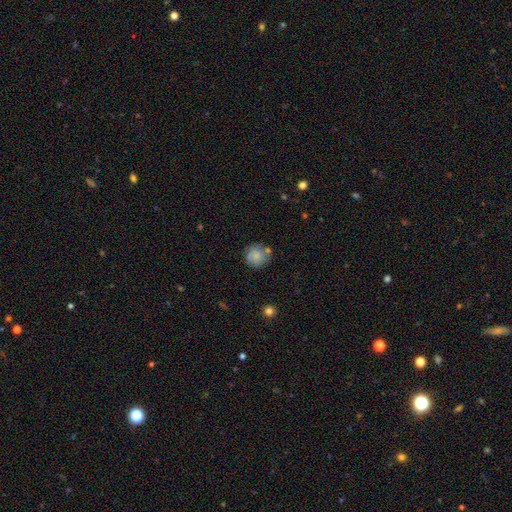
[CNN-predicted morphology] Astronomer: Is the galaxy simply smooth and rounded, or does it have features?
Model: smooth — 78%.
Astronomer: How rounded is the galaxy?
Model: round — 90%.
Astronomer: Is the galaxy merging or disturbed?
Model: none — 67%.